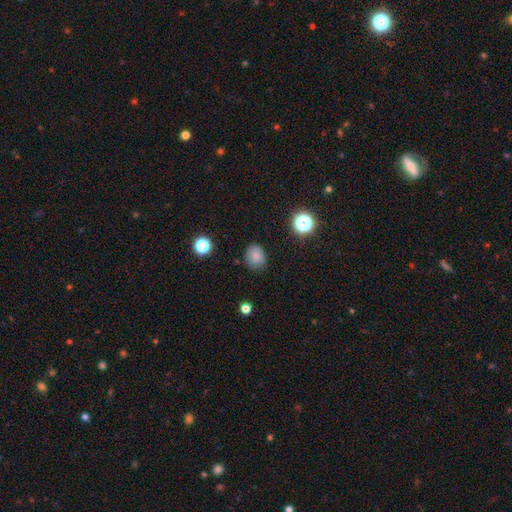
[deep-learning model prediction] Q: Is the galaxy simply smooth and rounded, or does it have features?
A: smooth — 80%.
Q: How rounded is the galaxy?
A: round — 59%.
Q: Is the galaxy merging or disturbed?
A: none — 79%.